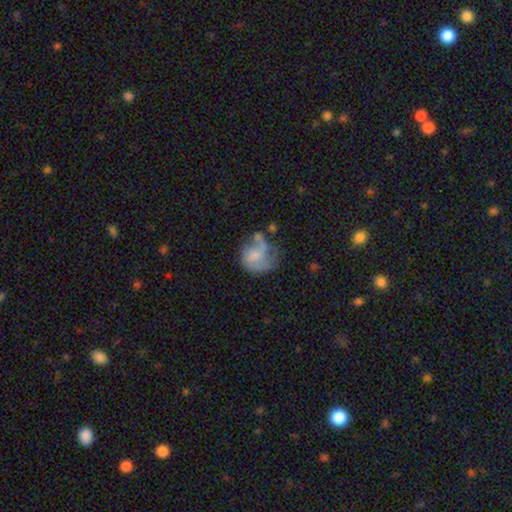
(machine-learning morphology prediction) Smooth or featured? featured or disk (49%)
Merging? none (33%)